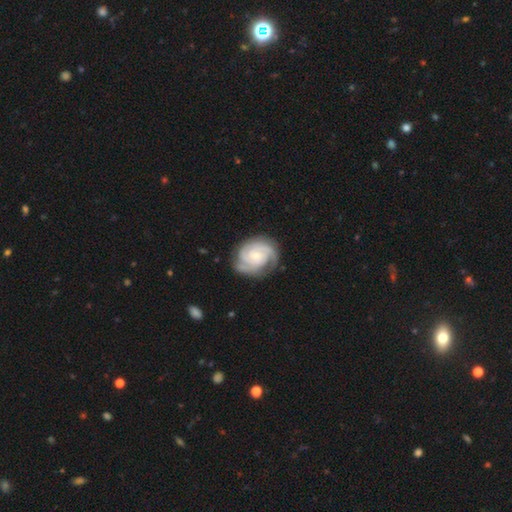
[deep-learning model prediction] smooth_or_featured: featured or disk (p=0.88) [alt: smooth p=0.07]
disk_edge_on: no (p=0.98) [alt: yes p=0.02]
bar: no (p=0.70) [alt: weak p=0.25]
has_spiral_arms: yes (p=0.98) [alt: no p=0.02]
spiral_winding: tight (p=0.66) [alt: medium p=0.29]
spiral_arm_count: 3 (p=0.42) [alt: 2 p=0.25]
bulge_size: small (p=0.67) [alt: moderate p=0.29]
merging: none (p=0.77) [alt: minor disturbance p=0.16]